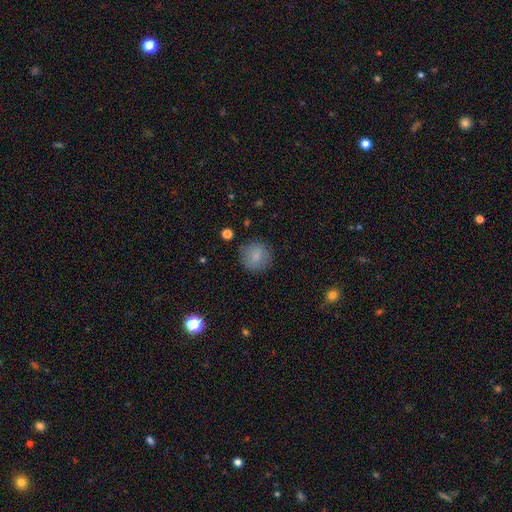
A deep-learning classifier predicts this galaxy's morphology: Overall: smooth (84%). How rounded: round (92%). Merging: none (84%).